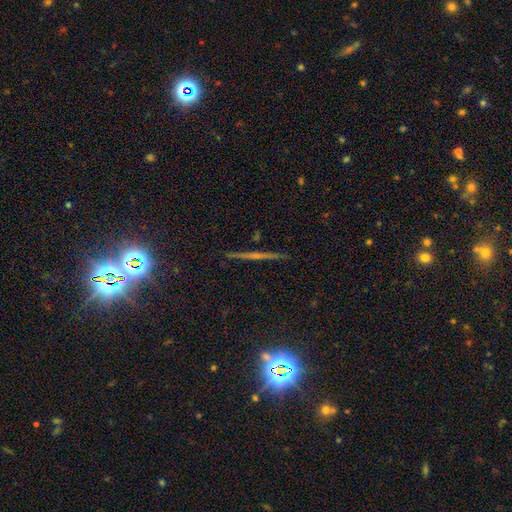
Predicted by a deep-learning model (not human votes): A star or artifact, not a galaxy (58%).